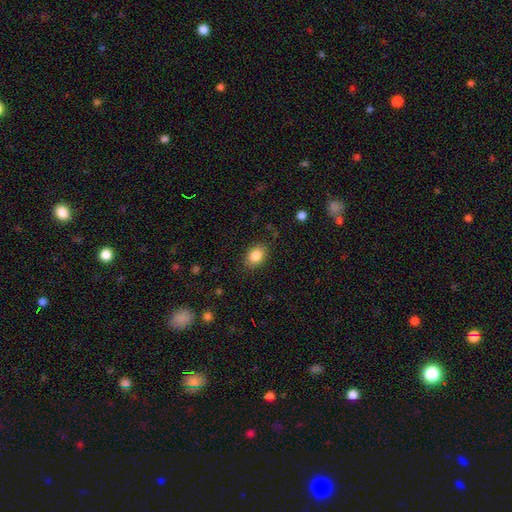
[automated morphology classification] Smooth or featured? smooth (85%)
How rounded? in between (74%)
Merging? none (84%)